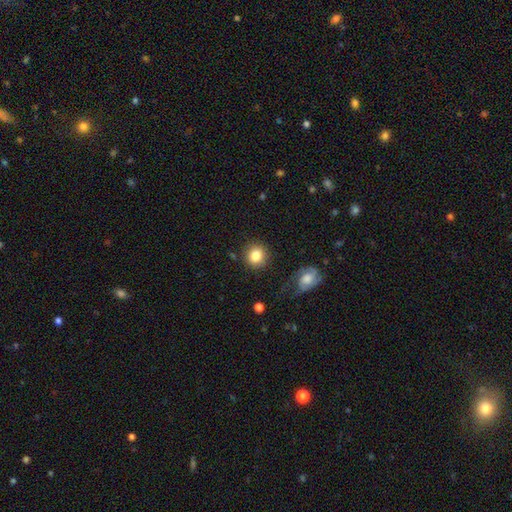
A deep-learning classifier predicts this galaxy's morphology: smooth_or_featured: smooth (p=0.83) [alt: star or artifact p=0.09]
how_rounded: round (p=0.88) [alt: in between p=0.11]
merging: none (p=0.86) [alt: minor disturbance p=0.08]